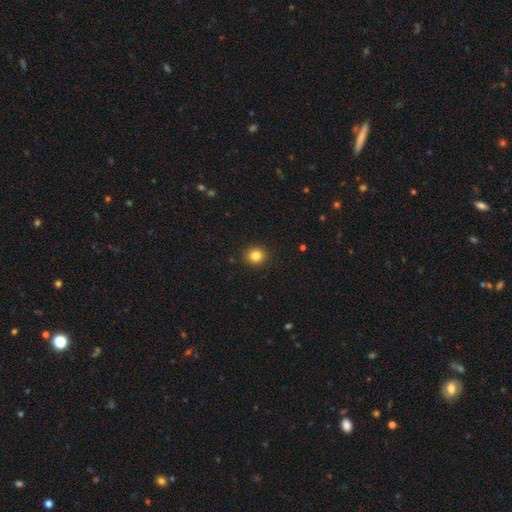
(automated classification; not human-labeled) Overall: smooth (84%). How rounded: round (80%). Merging: none (91%).